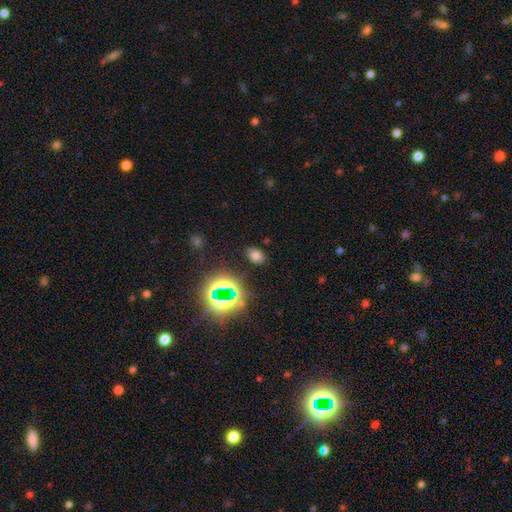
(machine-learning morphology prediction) smooth_or_featured: smooth (p=0.61) [alt: star or artifact p=0.29]
how_rounded: in between (p=0.83) [alt: round p=0.15]
merging: none (p=0.83) [alt: minor disturbance p=0.11]